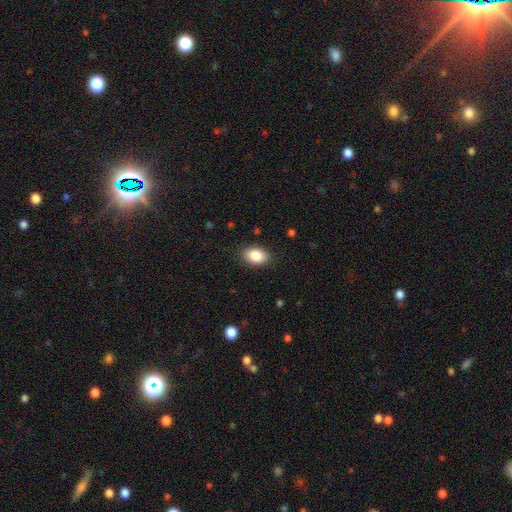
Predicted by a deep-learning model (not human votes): This appears to be a smooth galaxy with no disk features (86%) that is in between round and cigar-shaped (86%). Merging: none (86%).